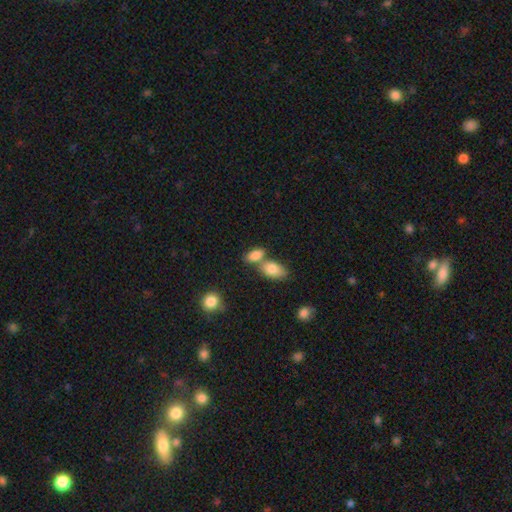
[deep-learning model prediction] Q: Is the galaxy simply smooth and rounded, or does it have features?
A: smooth — 84%.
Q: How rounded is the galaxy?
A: in between — 89%.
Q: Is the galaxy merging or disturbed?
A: merger — 43%.